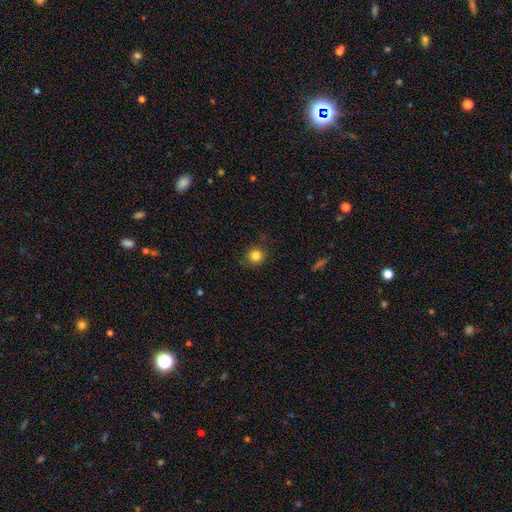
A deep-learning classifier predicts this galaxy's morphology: Smooth or featured? smooth (83%)
How rounded? round (91%)
Merging? none (83%)